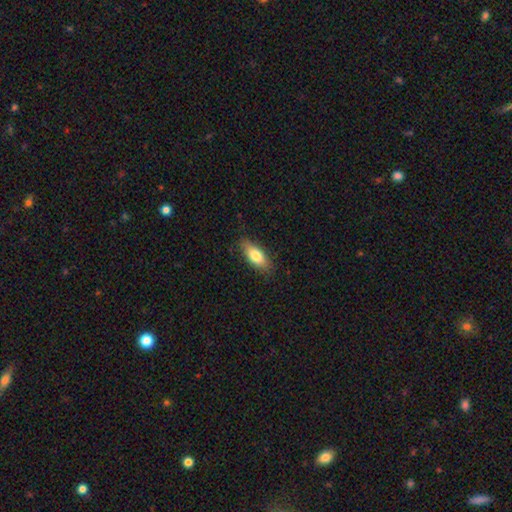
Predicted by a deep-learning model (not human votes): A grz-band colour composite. It shows a smooth galaxy with no disk features (77%) that is in between round and cigar-shaped (78%). Merging: none (83%).